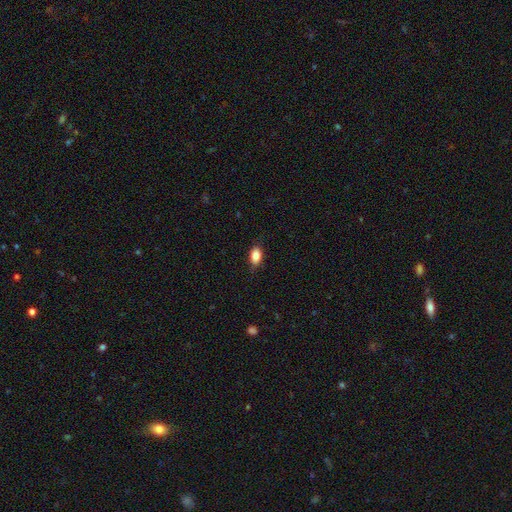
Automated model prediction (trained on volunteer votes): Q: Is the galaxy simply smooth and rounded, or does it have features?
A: smooth — 86%.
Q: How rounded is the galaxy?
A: in between — 89%.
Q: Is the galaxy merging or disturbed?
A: none — 83%.